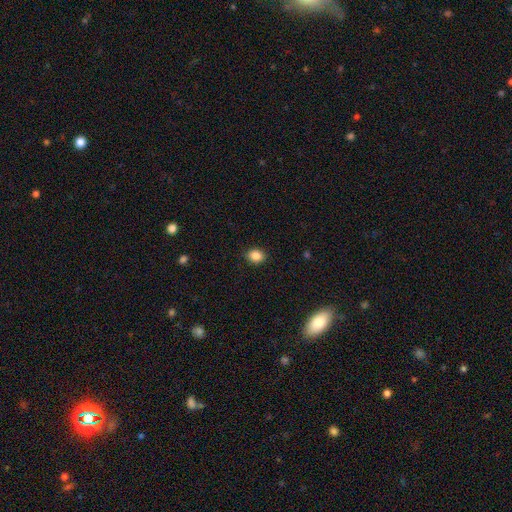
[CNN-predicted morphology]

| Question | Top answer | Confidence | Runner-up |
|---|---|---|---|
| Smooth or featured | smooth | 87% | star or artifact (10%) |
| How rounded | round | 53% | in between (46%) |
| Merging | none | 90% | minor disturbance (7%) |